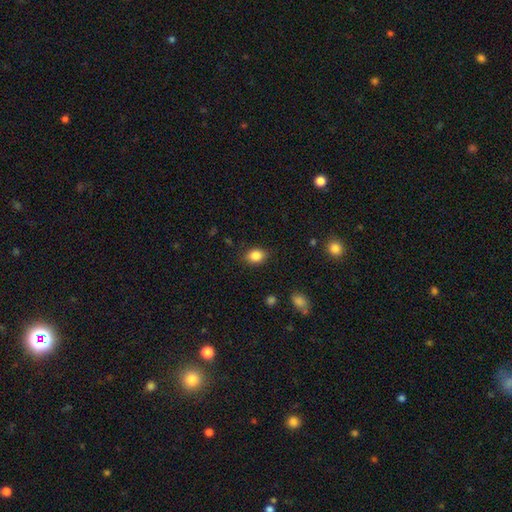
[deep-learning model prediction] Morphology: type=smooth (85%); roundness=in between (66%); merging=none (84%).